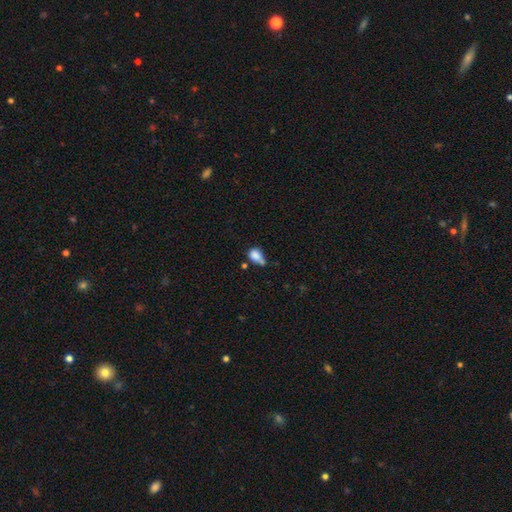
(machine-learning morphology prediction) smooth_or_featured: smooth (p=0.80) [alt: star or artifact p=0.10]
how_rounded: in between (p=0.63) [alt: round p=0.35]
merging: none (p=0.32) [alt: merger p=0.31]